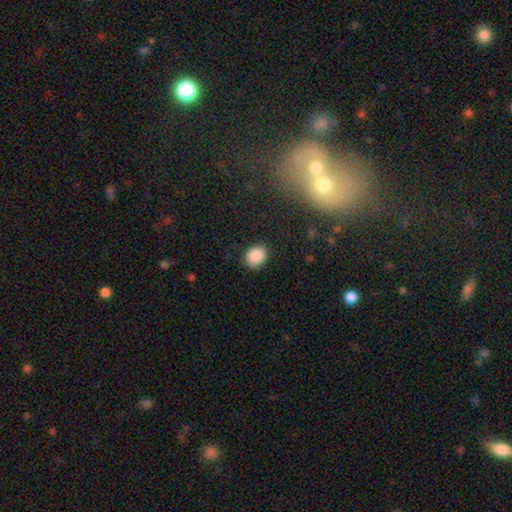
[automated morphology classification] The model was most divided on "how rounded": round: 56%, in between: 44%, cigar-shaped: 1%. More confident: smooth or featured — smooth (87%); merging — none (84%).